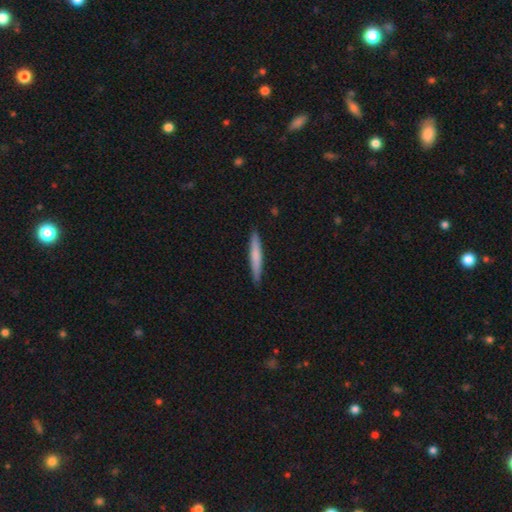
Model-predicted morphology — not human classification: Q: Smooth or featured?
A: smooth (69%); runner-up: featured or disk (26%)
Q: How rounded?
A: cigar-shaped (95%); runner-up: in between (4%)
Q: Merging?
A: none (91%); runner-up: minor disturbance (7%)